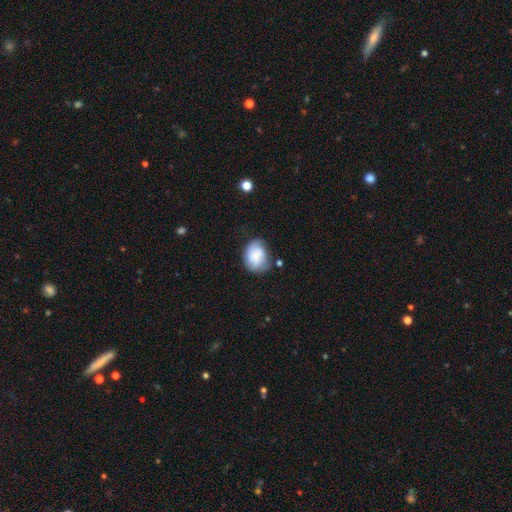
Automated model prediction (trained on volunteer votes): The model was most divided on "smooth or featured": smooth: 59%, featured or disk: 33%, star or artifact: 9%. More confident: how rounded — in between (63%); merging — none (57%).